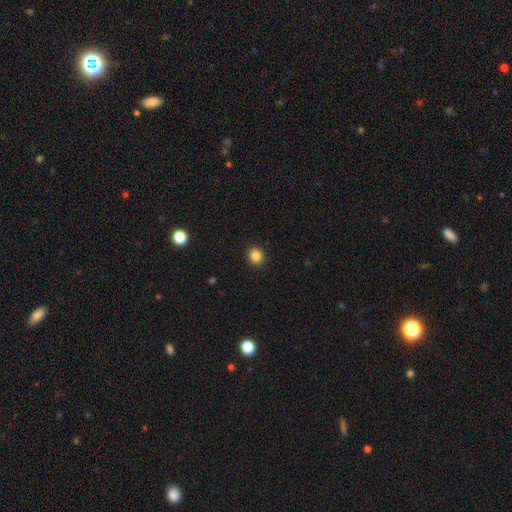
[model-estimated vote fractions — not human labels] Smooth or featured: smooth — 86% (star or artifact — 10%)
How rounded: round — 74% (in between — 25%)
Merging: none — 91% (minor disturbance — 6%)